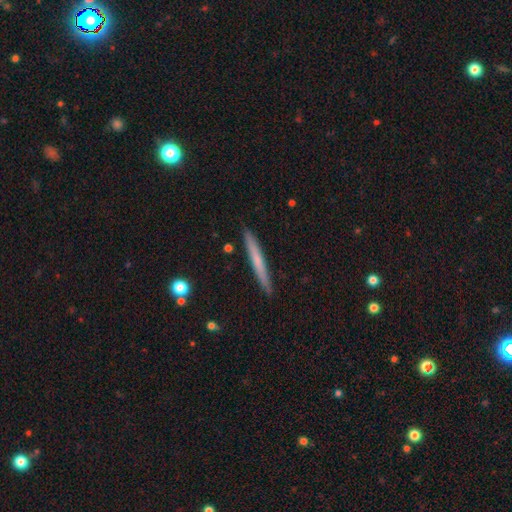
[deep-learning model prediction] Smooth or featured? smooth (55%)
How rounded? cigar-shaped (97%)
Merging? none (91%)